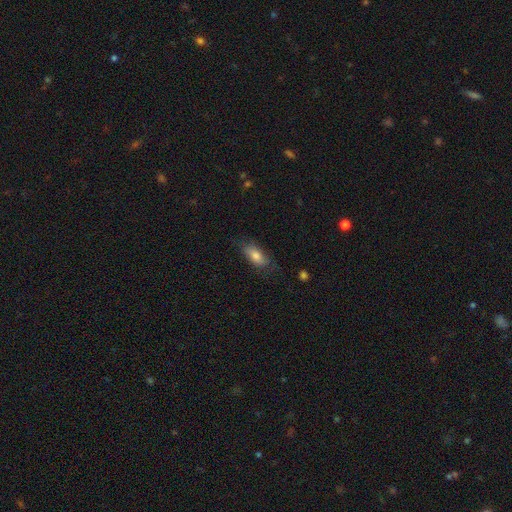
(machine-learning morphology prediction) Smooth or featured?
  - smooth: 74% *
  - featured or disk: 19%
  - star or artifact: 7%
How rounded?
  - in between: 80% *
  - cigar-shaped: 17%
  - round: 4%
Merging?
  - none: 68% *
  - minor disturbance: 23%
  - major disturbance: 8%
  - merger: 1%